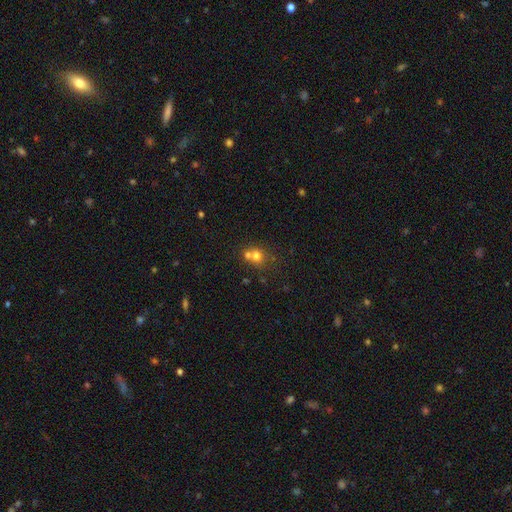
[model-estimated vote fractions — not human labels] Smooth or featured? Predicted: smooth (p=0.69). How rounded? Predicted: round (p=0.79). Merging? Predicted: merger (p=0.52).